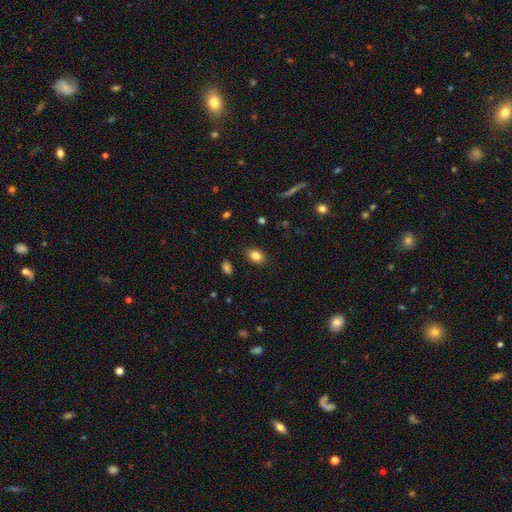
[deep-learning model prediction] smooth_or_featured: smooth (p=0.85) [alt: star or artifact p=0.09]
how_rounded: in between (p=0.83) [alt: round p=0.16]
merging: none (p=0.86) [alt: minor disturbance p=0.10]